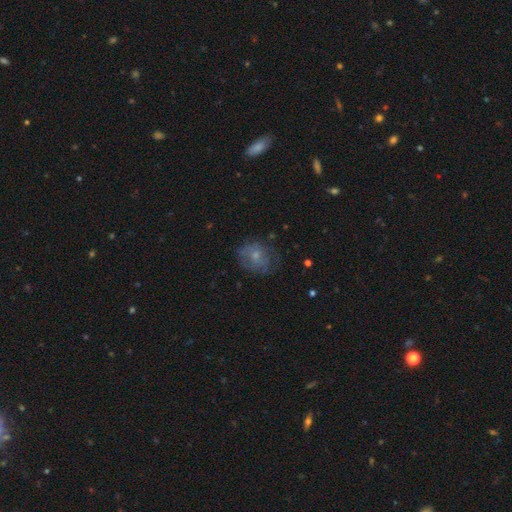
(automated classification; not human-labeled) Q: Smooth or featured?
A: smooth (56%); runner-up: featured or disk (33%)
Q: How rounded?
A: round (57%); runner-up: in between (42%)
Q: Merging?
A: none (56%); runner-up: minor disturbance (26%)